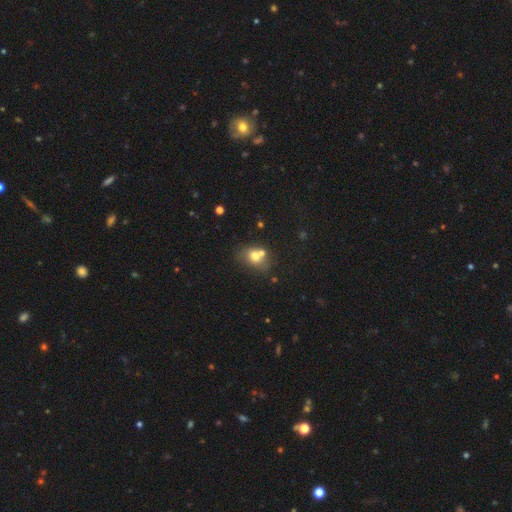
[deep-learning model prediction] Q: Smooth or featured?
A: smooth (69%); runner-up: featured or disk (18%)
Q: How rounded?
A: round (54%); runner-up: in between (45%)
Q: Merging?
A: none (45%); runner-up: merger (37%)